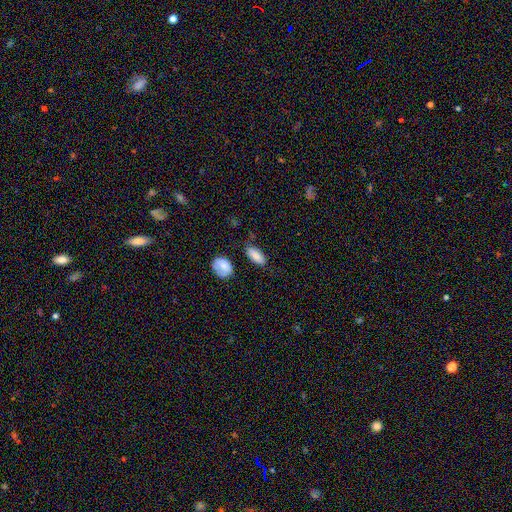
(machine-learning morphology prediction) Smooth or featured?
  - smooth: 85% *
  - featured or disk: 8%
  - star or artifact: 7%
How rounded?
  - in between: 81% *
  - cigar-shaped: 15%
  - round: 3%
Merging?
  - none: 71% *
  - minor disturbance: 19%
  - merger: 5%
  - major disturbance: 4%